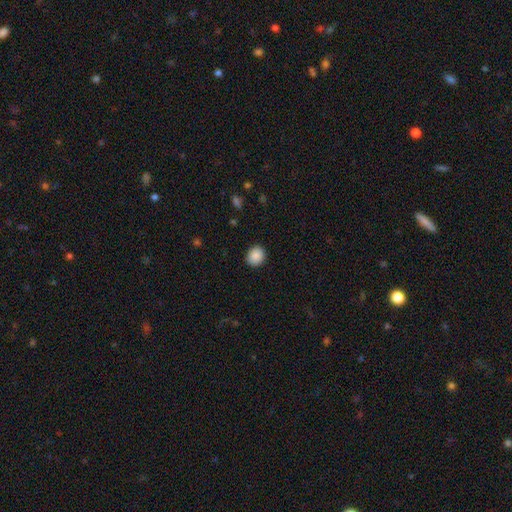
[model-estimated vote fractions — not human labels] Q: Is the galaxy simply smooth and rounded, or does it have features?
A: smooth — 89%.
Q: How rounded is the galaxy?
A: round — 72%.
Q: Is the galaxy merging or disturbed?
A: none — 90%.